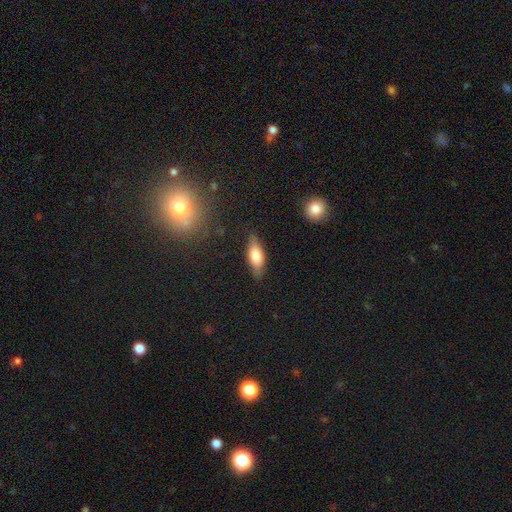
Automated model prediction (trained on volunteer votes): Morphology: type=smooth (71%); roundness=in between (71%); merging=none (79%).